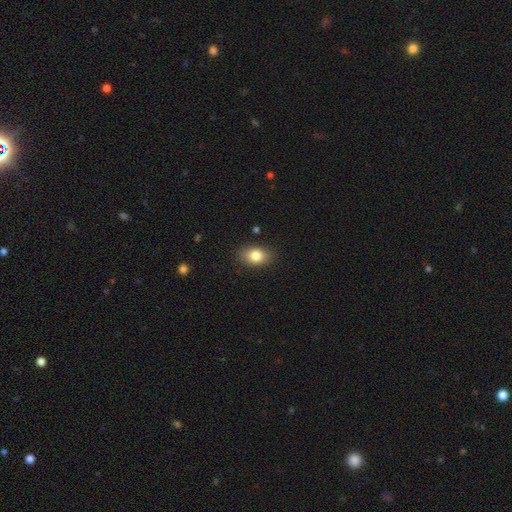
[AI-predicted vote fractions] Overall: smooth (82%). How rounded: in between (82%). Merging: none (86%).